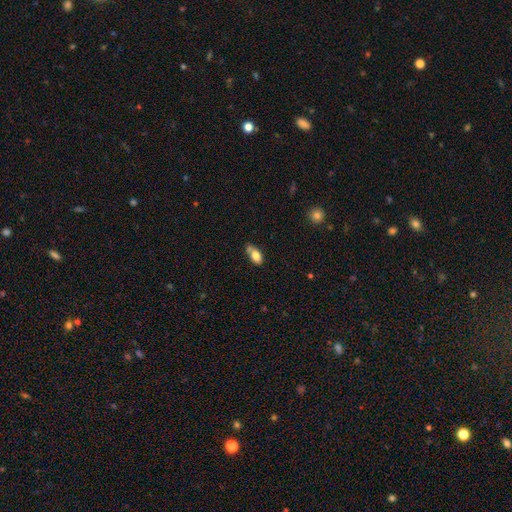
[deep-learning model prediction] This appears to be a smooth galaxy with no disk features (77%) that is in between round and cigar-shaped (88%). Merging: none (49%).